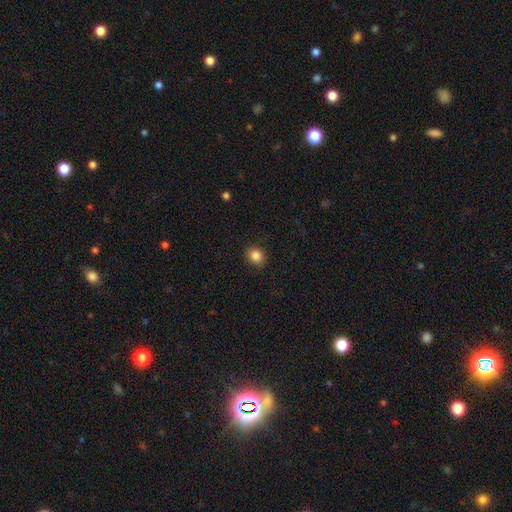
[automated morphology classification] smooth_or_featured: smooth (p=0.86) [alt: star or artifact p=0.10]
how_rounded: round (p=0.69) [alt: in between p=0.30]
merging: none (p=0.87) [alt: minor disturbance p=0.09]